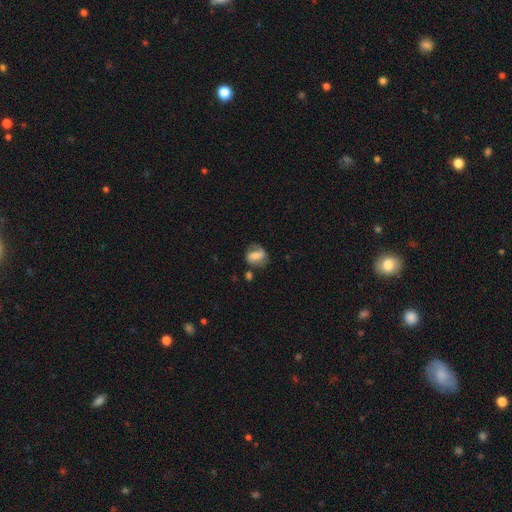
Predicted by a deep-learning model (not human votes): Smooth or featured? featured or disk (57%)
Edge-on disk? no (96%)
Bar? weak (40%)
Spiral arms? yes (82%)
Bulge size? moderate (48%)
Merging? none (60%)